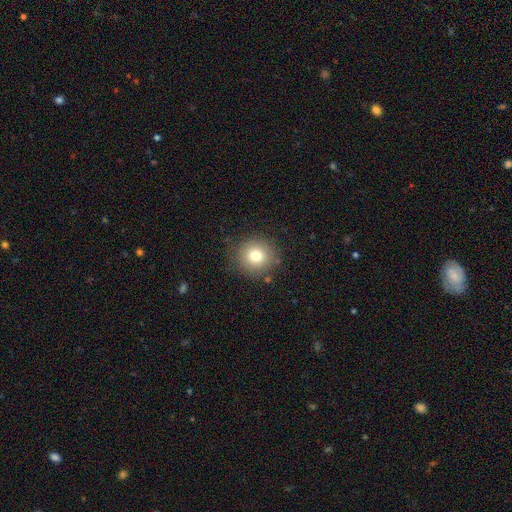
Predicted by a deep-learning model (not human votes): Smooth or featured? Predicted: smooth (p=0.77). How rounded? Predicted: round (p=0.91). Merging? Predicted: none (p=0.85).